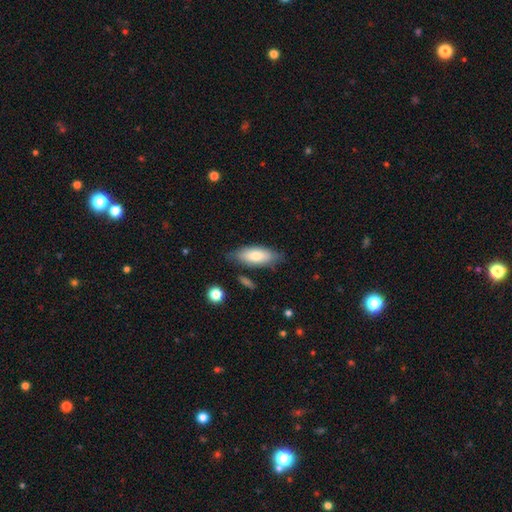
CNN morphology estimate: A smooth galaxy with no disk features (76%) that is in between round and cigar-shaped (80%). Merging: none (76%).